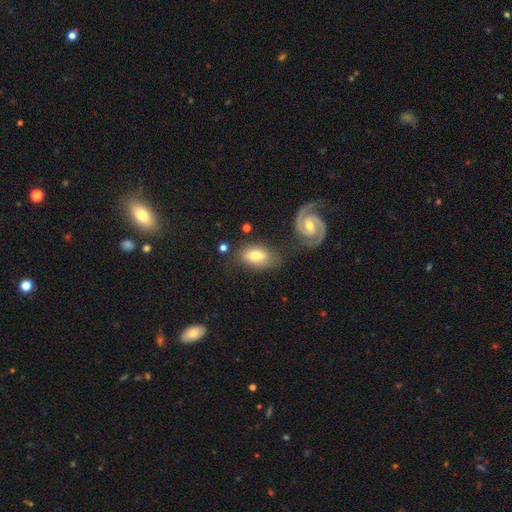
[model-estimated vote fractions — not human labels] smooth_or_featured: smooth (p=0.65) [alt: featured or disk p=0.28]
how_rounded: in between (p=0.89) [alt: round p=0.08]
merging: none (p=0.66) [alt: minor disturbance p=0.19]